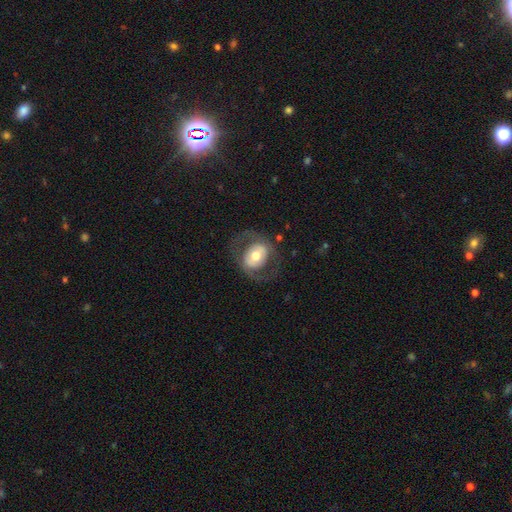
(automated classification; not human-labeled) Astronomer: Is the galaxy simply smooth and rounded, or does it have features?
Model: featured or disk — 58% (runner-up: smooth, 36%).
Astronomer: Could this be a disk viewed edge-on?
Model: no — 95%.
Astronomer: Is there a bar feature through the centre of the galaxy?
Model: no — 56%.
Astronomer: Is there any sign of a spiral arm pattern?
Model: no — 53% (runner-up: yes, 47%).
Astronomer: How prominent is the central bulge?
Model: moderate — 66%.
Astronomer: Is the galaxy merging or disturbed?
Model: none — 68%.